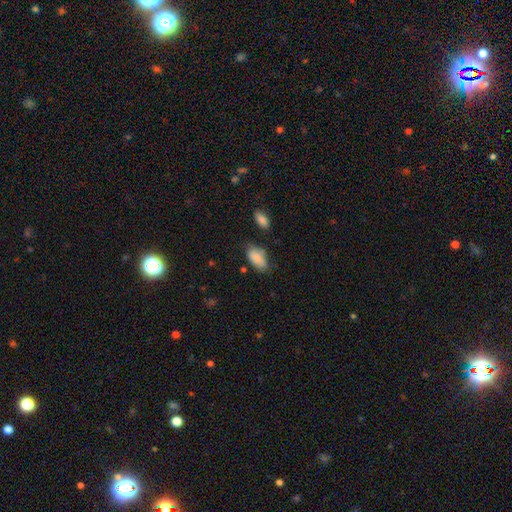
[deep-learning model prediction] Morphology: type=smooth (85%); roundness=in between (93%); merging=none (58%).